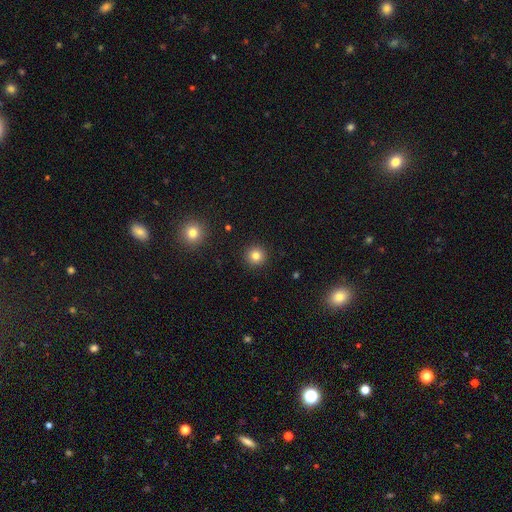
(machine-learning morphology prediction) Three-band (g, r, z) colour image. It shows a smooth galaxy with no disk features (82%) that is round (95%). Merging: none (92%).